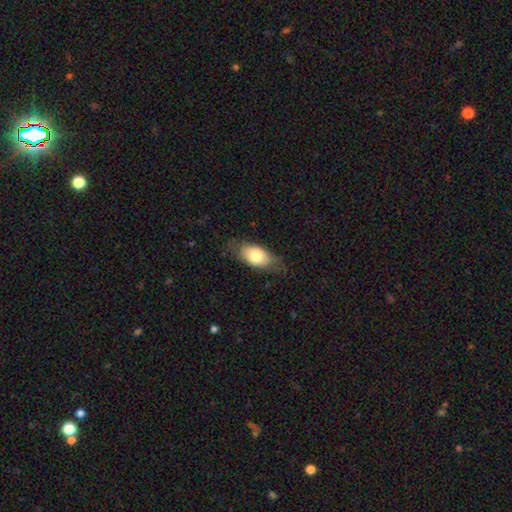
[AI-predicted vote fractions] smooth_or_featured: smooth (p=0.74) [alt: featured or disk p=0.19]
how_rounded: in between (p=0.89) [alt: round p=0.06]
merging: none (p=0.71) [alt: minor disturbance p=0.22]